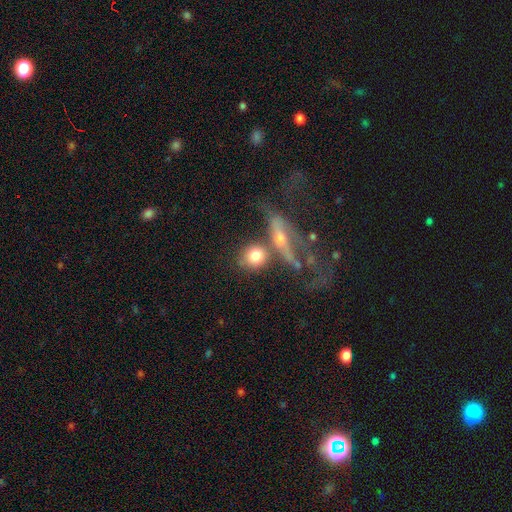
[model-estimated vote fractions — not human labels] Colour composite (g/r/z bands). It shows a smooth galaxy with no disk features (71%) that is round (70%). Merging: none (39%).